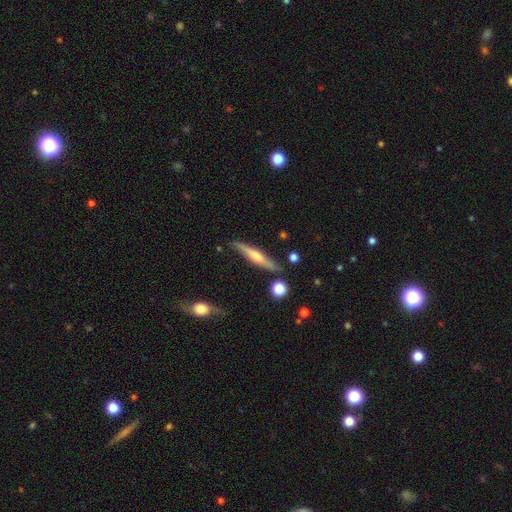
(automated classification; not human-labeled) A featured or disk galaxy (65%) viewed edge-on (96%) with a rounded central bulge (77%). Merging: none (83%).